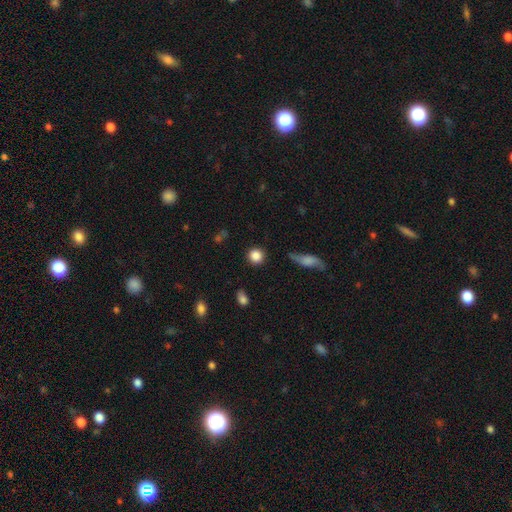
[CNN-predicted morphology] type=smooth (86%); roundness=round (92%); merging=none (87%).